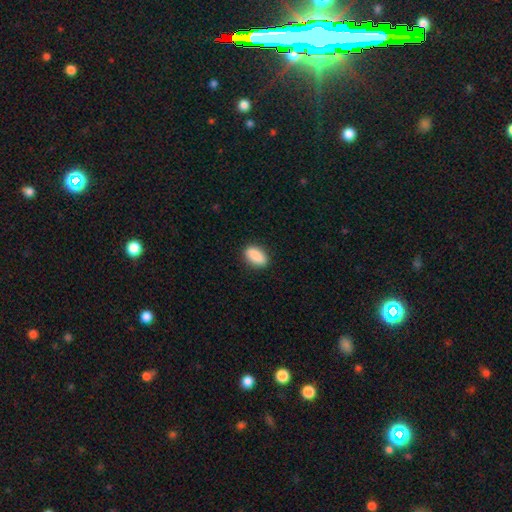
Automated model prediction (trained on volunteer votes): Smooth or featured? Predicted: smooth (p=0.90). How rounded? Predicted: in between (p=0.88). Merging? Predicted: none (p=0.88).